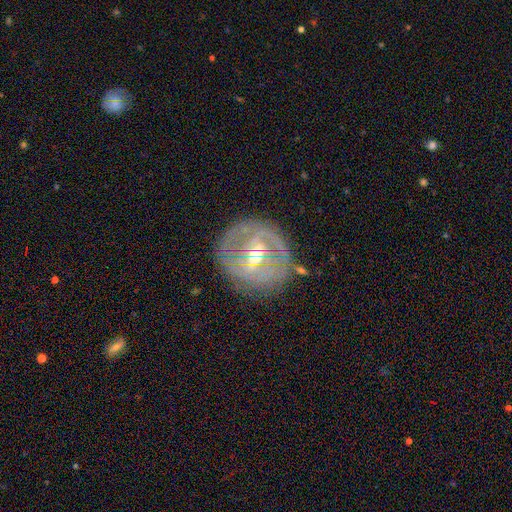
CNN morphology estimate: smooth_or_featured: featured or disk (p=0.69) [alt: smooth p=0.21]
disk_edge_on: no (p=0.92) [alt: yes p=0.08]
bar: weak (p=0.41) [alt: no p=0.31]
has_spiral_arms: yes (p=0.57) [alt: no p=0.43]
bulge_size: moderate (p=0.65) [alt: small p=0.27]
merging: none (p=0.76) [alt: minor disturbance p=0.15]